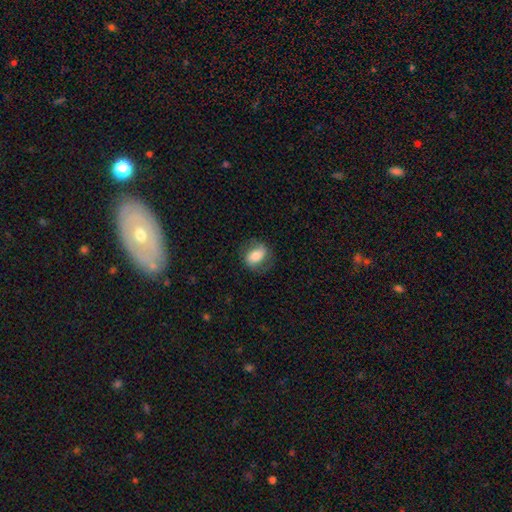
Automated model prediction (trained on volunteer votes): This appears to be a smooth galaxy with no disk features (57%) that is in between round and cigar-shaped (69%). Merging: none (72%).